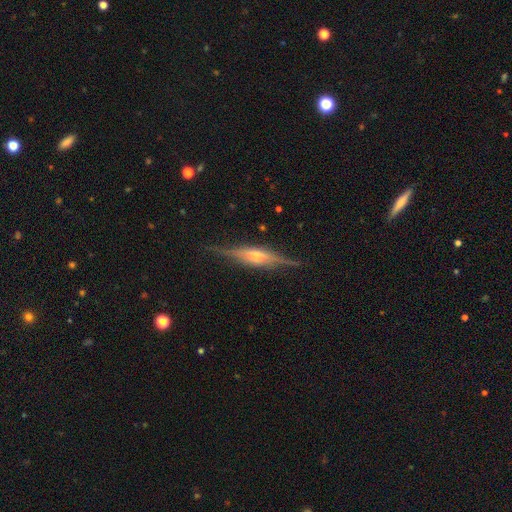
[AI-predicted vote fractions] A featured or disk galaxy (81%) viewed edge-on (96%) with a rounded central bulge (74%). Merging: none (83%).